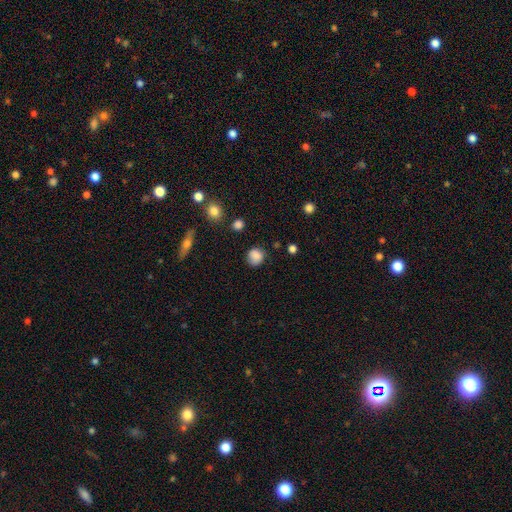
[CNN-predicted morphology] Q: Smooth or featured?
A: smooth (84%); runner-up: star or artifact (10%)
Q: How rounded?
A: round (81%); runner-up: in between (18%)
Q: Merging?
A: none (78%); runner-up: minor disturbance (16%)